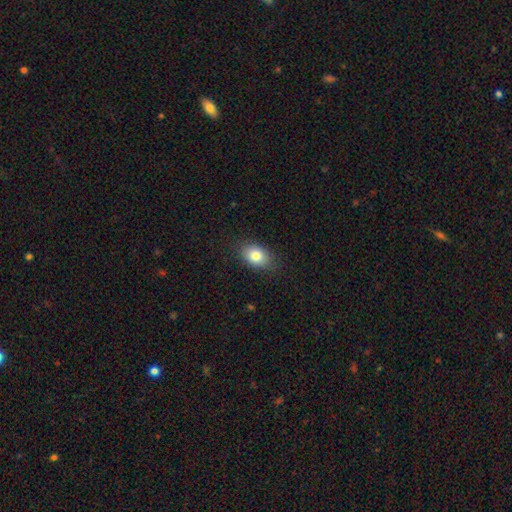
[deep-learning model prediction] Smooth or featured: smooth — 81% (featured or disk — 10%)
How rounded: in between — 82% (round — 16%)
Merging: none — 84% (minor disturbance — 12%)